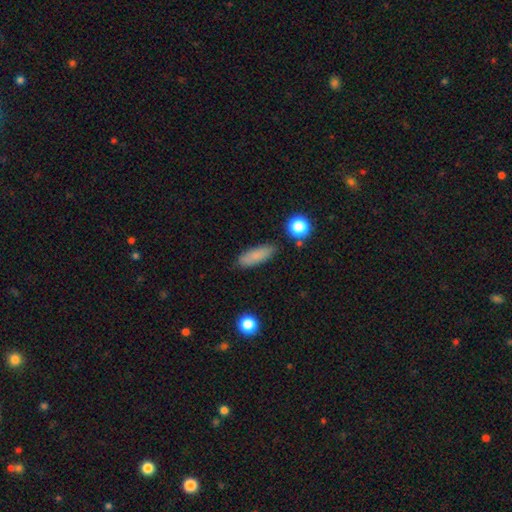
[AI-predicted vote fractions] A smooth galaxy with no disk features (84%) that is in between round and cigar-shaped (53%). Merging: none (85%).